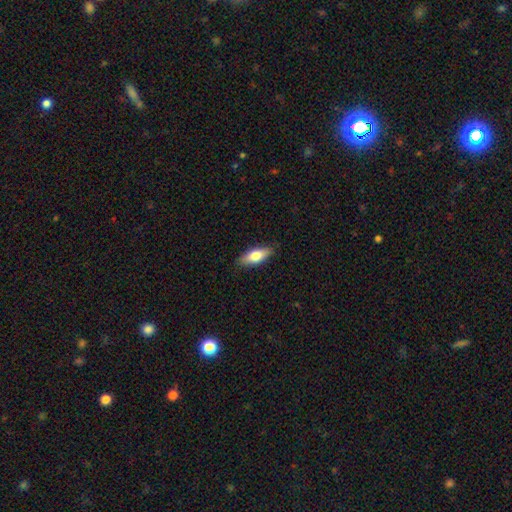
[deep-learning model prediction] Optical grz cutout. It shows a smooth galaxy with no disk features (73%) that is in between round and cigar-shaped (73%). Merging: none (86%).